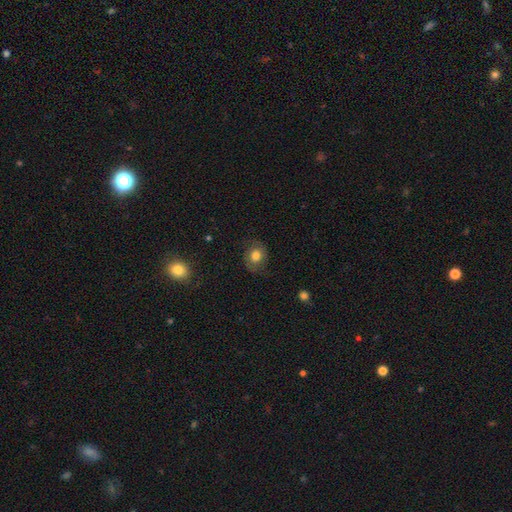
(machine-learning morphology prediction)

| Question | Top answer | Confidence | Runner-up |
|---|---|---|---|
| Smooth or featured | smooth | 66% | featured or disk (24%) |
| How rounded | round | 58% | in between (41%) |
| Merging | none | 74% | minor disturbance (17%) |